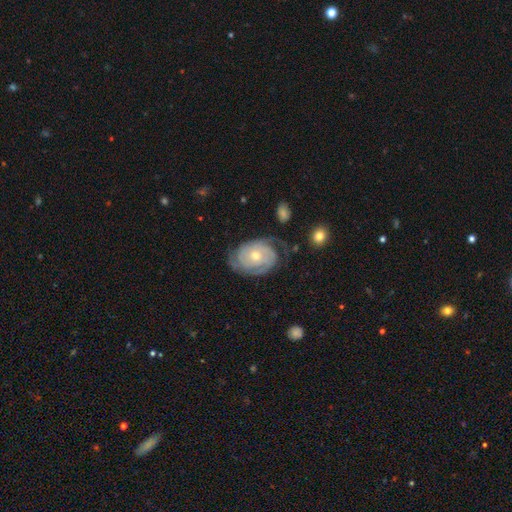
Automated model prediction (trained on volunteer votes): This appears to be a featured or disk galaxy (85%) with no bar (79%), 2 (45%) tight (74%) spiral arms (95%) and a moderate central bulge (55%). Merging: none (73%).